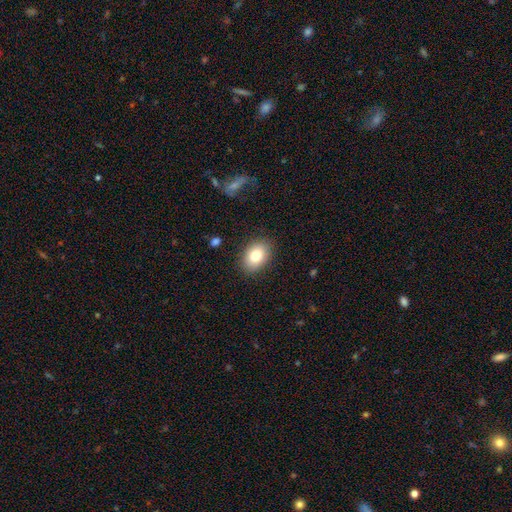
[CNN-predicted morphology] This is clearly a smooth galaxy (81%). How rounded: likely in between (79%). Merging: clearly none (87%).